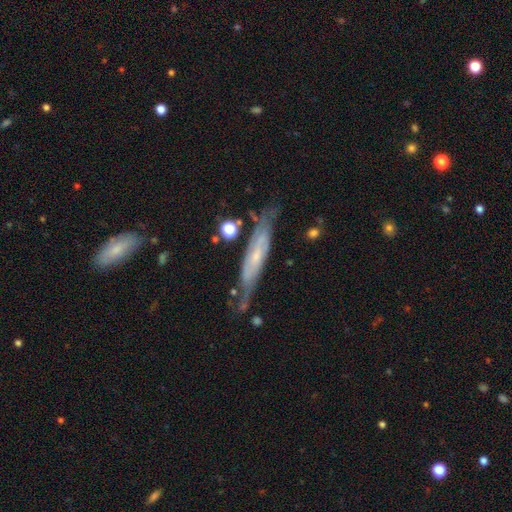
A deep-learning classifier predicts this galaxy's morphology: This appears to be a featured or disk galaxy (68%) viewed edge-on (51%). Merging: none (62%).